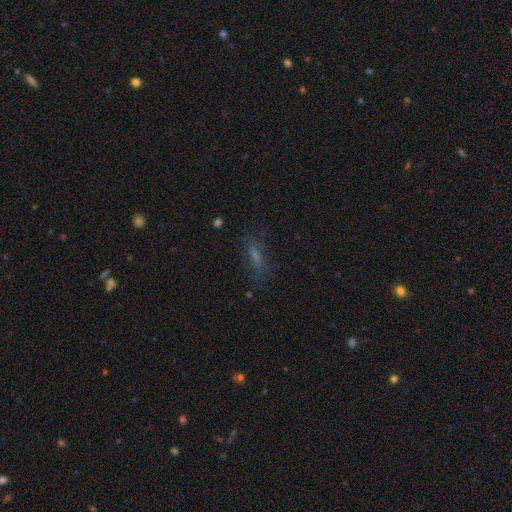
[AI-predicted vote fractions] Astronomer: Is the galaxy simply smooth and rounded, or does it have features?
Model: smooth — 45% (runner-up: featured or disk, 28%).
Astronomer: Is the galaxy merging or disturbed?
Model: none — 74%.